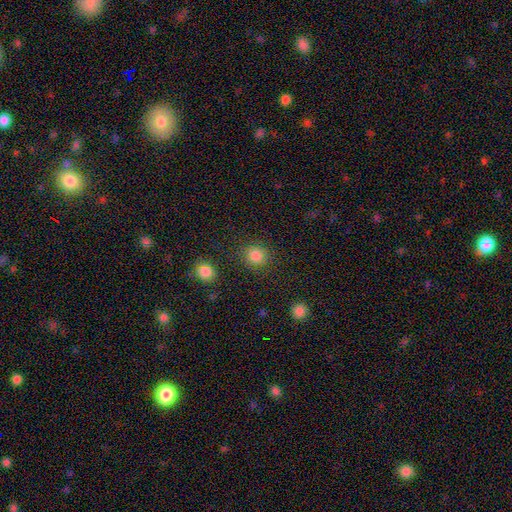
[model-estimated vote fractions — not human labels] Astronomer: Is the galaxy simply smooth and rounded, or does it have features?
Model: smooth — 84%.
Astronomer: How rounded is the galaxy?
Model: round — 90%.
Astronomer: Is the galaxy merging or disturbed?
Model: none — 87%.